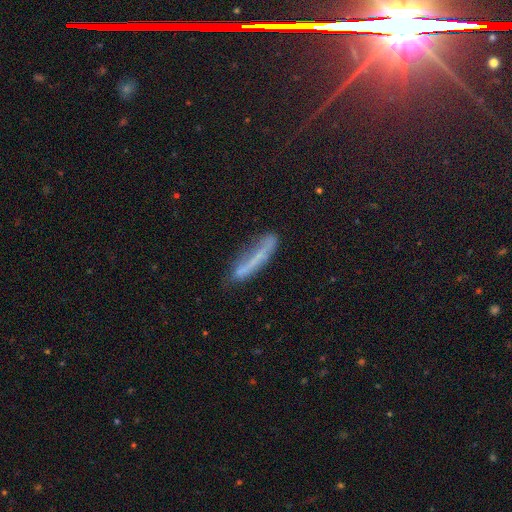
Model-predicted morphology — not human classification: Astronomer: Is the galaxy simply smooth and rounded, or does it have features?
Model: smooth — 46% (runner-up: featured or disk, 34%).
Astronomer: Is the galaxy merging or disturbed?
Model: none — 58%.